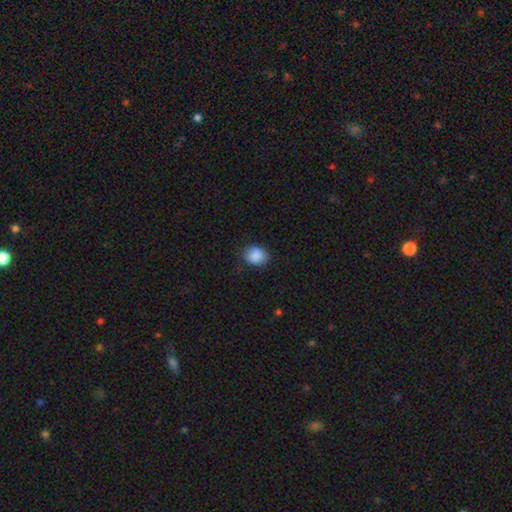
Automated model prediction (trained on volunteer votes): Q: Smooth or featured?
A: smooth (87%); runner-up: star or artifact (8%)
Q: How rounded?
A: round (56%); runner-up: in between (44%)
Q: Merging?
A: none (76%); runner-up: minor disturbance (19%)